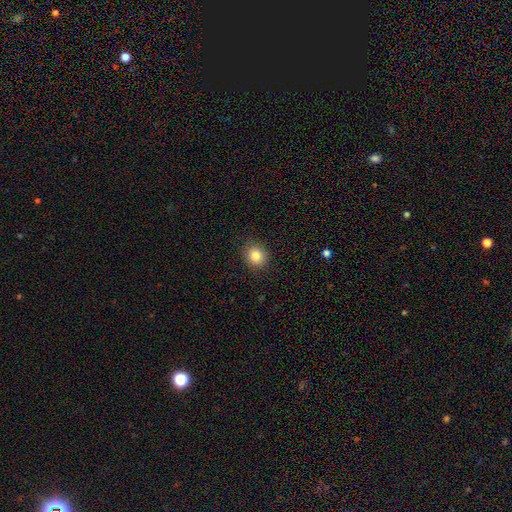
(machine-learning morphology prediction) Overall: smooth (83%). How rounded: round (71%). Merging: none (89%).